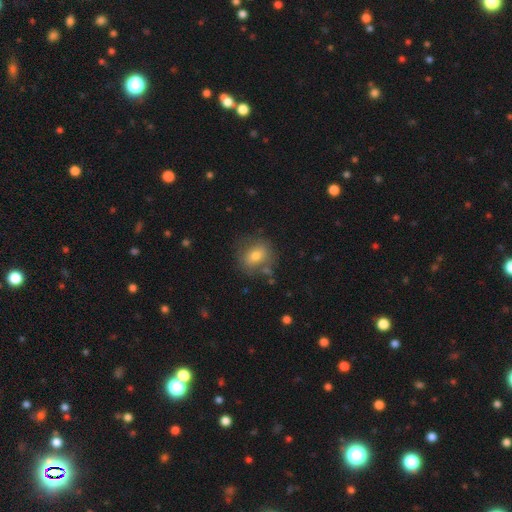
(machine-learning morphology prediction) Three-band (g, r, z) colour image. It shows a smooth galaxy with no disk features (70%) that is round (60%). Merging: none (70%).